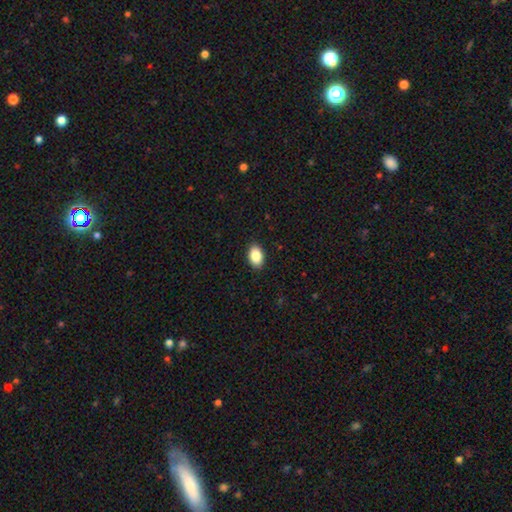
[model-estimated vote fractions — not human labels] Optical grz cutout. It shows a smooth galaxy with no disk features (87%) that is in between round and cigar-shaped (88%). Merging: none (90%).